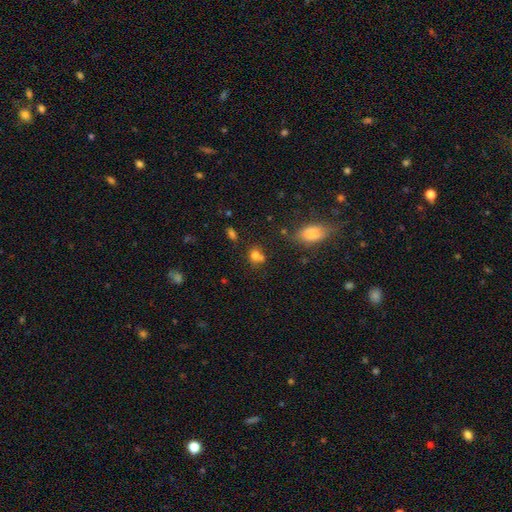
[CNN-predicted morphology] smooth 74%, star or artifact 15%, featured or disk 10%. Down the decision tree: how rounded — round (61%); merging — none (49%).